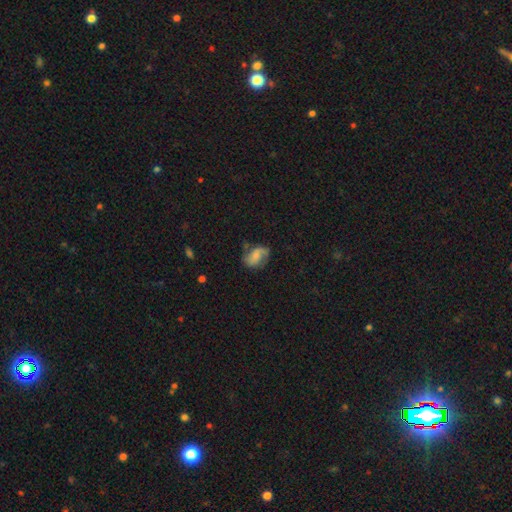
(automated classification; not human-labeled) This is possibly a featured or disk galaxy (55%). It is clearly not viewed edge-on (97%). Bar: possibly no (54%). Spiral arm pattern: clearly yes (88%). Central bulge: marginally small (41%). Merging: possibly none (59%).